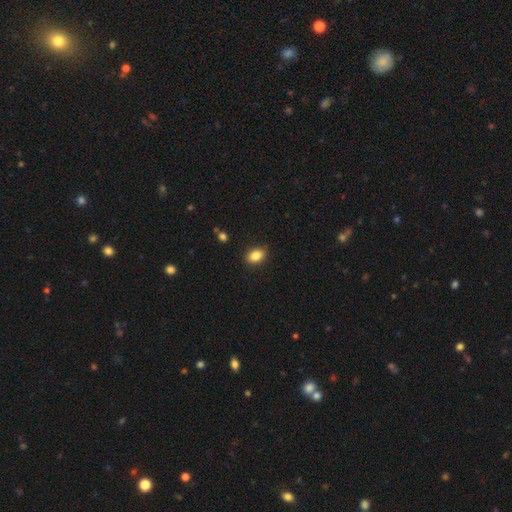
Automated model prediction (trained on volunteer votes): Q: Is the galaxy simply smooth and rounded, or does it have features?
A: smooth — 84%.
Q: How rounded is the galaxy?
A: in between — 82%.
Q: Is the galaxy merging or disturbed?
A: none — 88%.